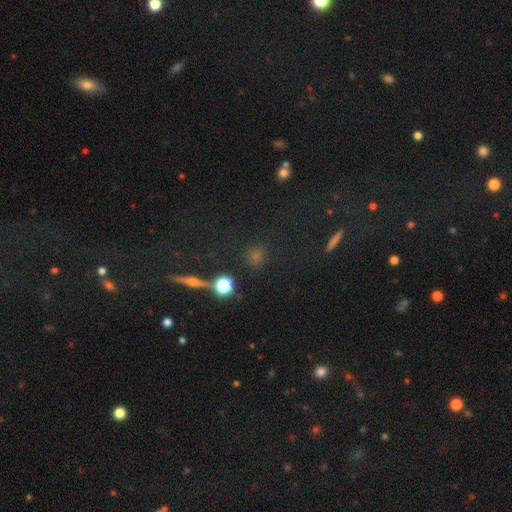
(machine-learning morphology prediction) Smooth or featured? Predicted: smooth (p=0.65). How rounded? Predicted: round (p=0.87). Merging? Predicted: none (p=0.84).